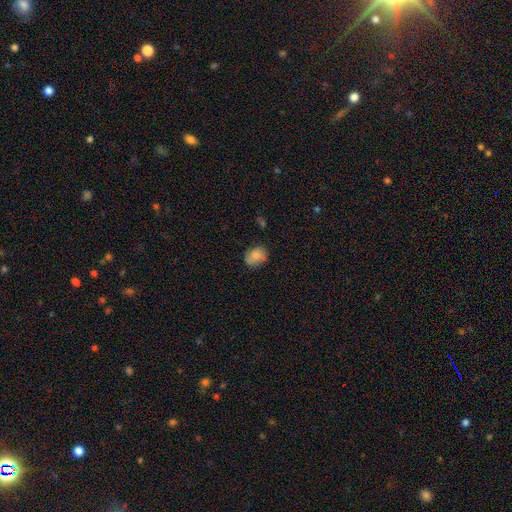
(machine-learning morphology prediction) smooth 80%, featured or disk 11%, star or artifact 8%. Down the decision tree: how rounded — in between (59%); merging — none (72%).